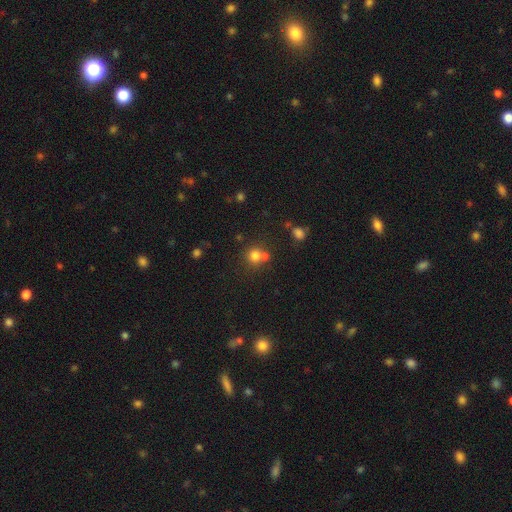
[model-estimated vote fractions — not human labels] Smooth or featured? smooth (75%)
How rounded? round (87%)
Merging? none (54%)